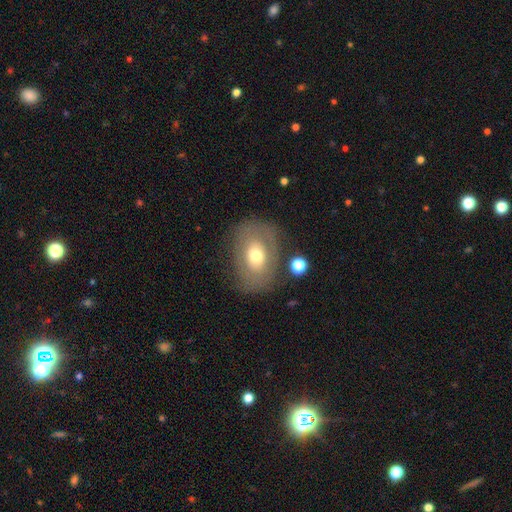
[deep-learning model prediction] This appears to be a smooth galaxy with no disk features (53%) that is in between round and cigar-shaped (75%). Merging: none (75%).